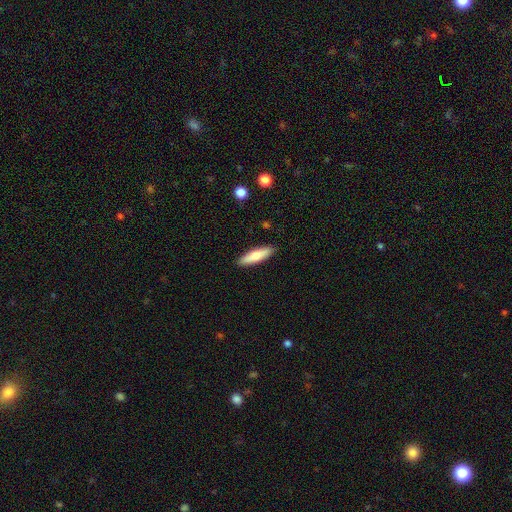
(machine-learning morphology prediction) A smooth galaxy with no disk features (72%) that is cigar-shaped (65%). Merging: none (89%).